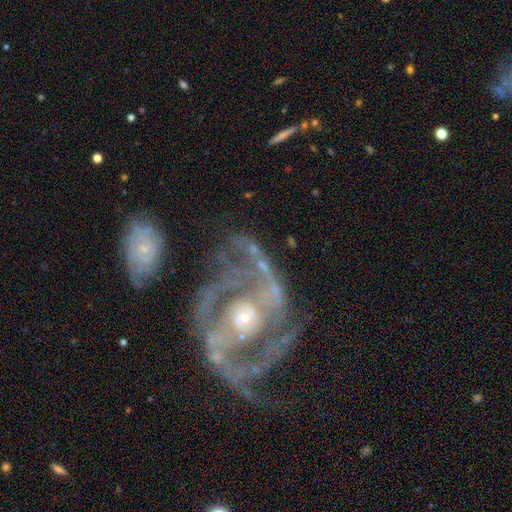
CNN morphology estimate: Smooth or featured? featured or disk (88%)
Edge-on disk? no (97%)
Bar? no (64%)
Spiral arms? yes (93%)
Spiral winding? medium (48%)
Spiral arm count? 2 (65%)
Bulge size? small (63%)
Merging? none (53%)